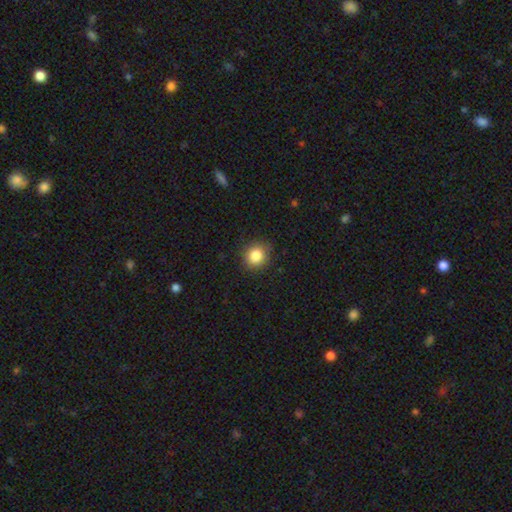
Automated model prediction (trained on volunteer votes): Smooth or featured?
  - smooth: 85% *
  - star or artifact: 10%
  - featured or disk: 5%
How rounded?
  - round: 86% *
  - in between: 13%
  - cigar-shaped: 1%
Merging?
  - none: 88% *
  - minor disturbance: 9%
  - major disturbance: 2%
  - merger: 1%